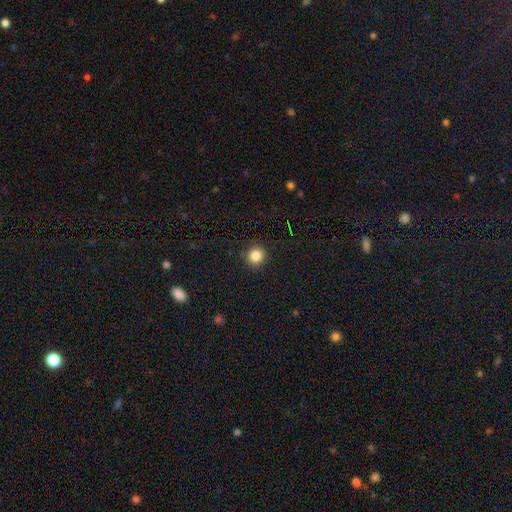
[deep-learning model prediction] A smooth galaxy with no disk features (84%) that is round (93%).

Vote fractions:
- Smooth or featured? smooth: 84% / star or artifact: 11% / featured or disk: 4%
- How rounded? round: 93% / in between: 6% / cigar-shaped: 1%
- Merging? none: 90% / minor disturbance: 7% / major disturbance: 2% / merger: 1%